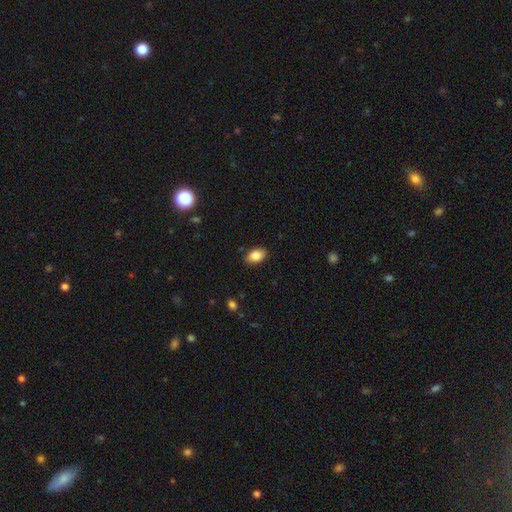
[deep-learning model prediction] Overall: smooth (85%). How rounded: in between (90%). Merging: none (88%).